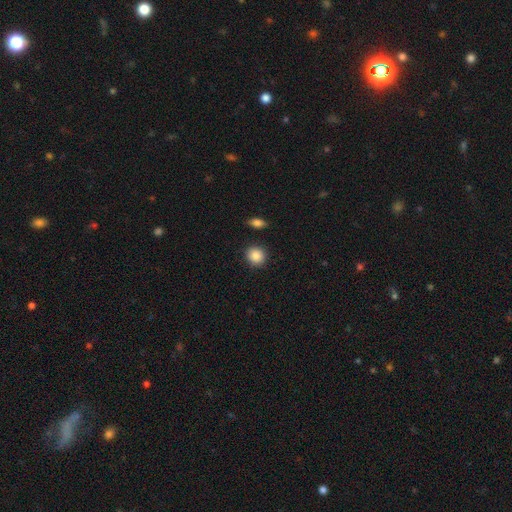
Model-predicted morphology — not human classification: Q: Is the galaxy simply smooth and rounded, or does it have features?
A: smooth — 88%.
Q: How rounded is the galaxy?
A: round — 85%.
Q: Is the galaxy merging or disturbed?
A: none — 88%.